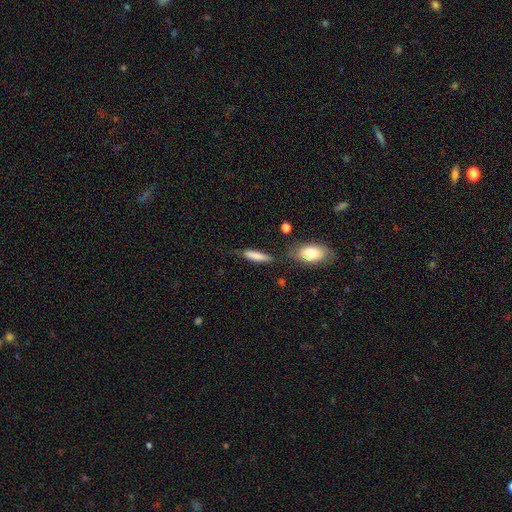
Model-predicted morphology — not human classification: Overall: smooth (80%). How rounded: cigar-shaped (71%). Merging: none (66%).